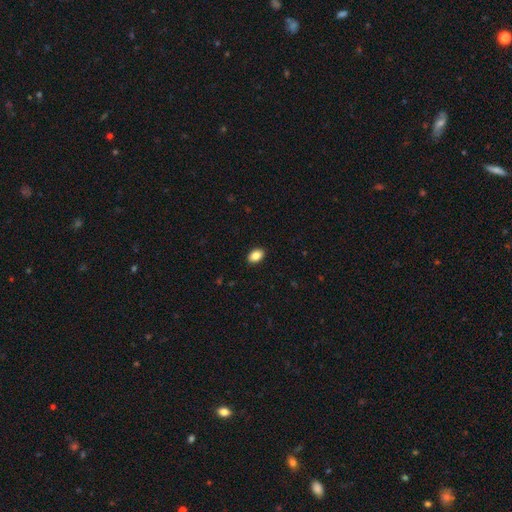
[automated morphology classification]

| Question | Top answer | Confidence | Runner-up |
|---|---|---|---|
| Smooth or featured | smooth | 87% | star or artifact (8%) |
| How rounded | in between | 86% | round (13%) |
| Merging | none | 91% | minor disturbance (7%) |